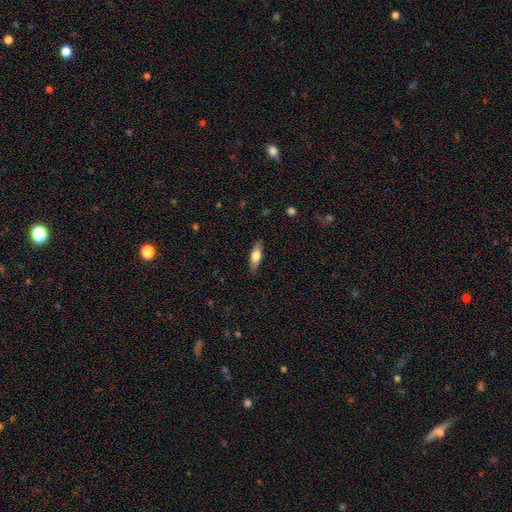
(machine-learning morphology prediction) smooth-or-featured: smooth: 67% | featured or disk: 27% | star or artifact: 6%
  how-rounded: in between: 58% | cigar-shaped: 39% | round: 3%
  merging: none: 85% | minor disturbance: 11% | major disturbance: 2% | merger: 1%